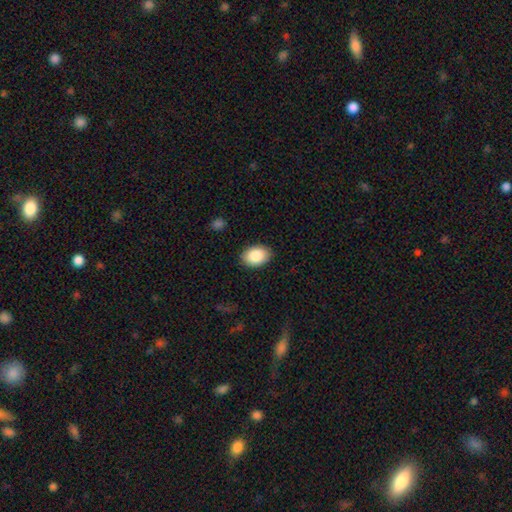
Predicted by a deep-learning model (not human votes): Morphology: type=smooth (88%); roundness=in between (81%); merging=none (88%).